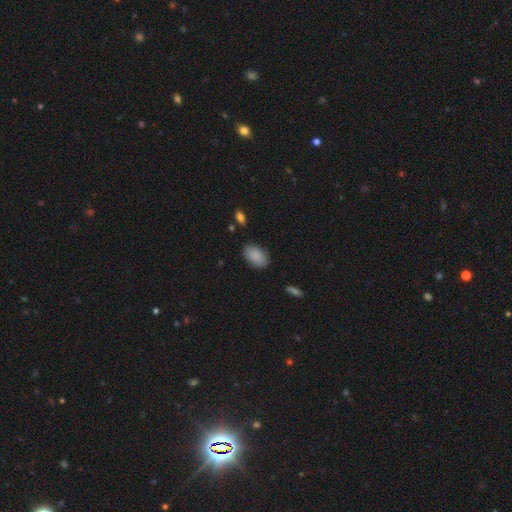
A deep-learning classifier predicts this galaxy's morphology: A smooth galaxy with no disk features (87%) that is in between round and cigar-shaped (91%).

Vote fractions:
- Smooth or featured? smooth: 87% / star or artifact: 7% / featured or disk: 6%
- How rounded? in between: 91% / round: 8% / cigar-shaped: 1%
- Merging? none: 86% / minor disturbance: 11% / major disturbance: 2% / merger: 1%